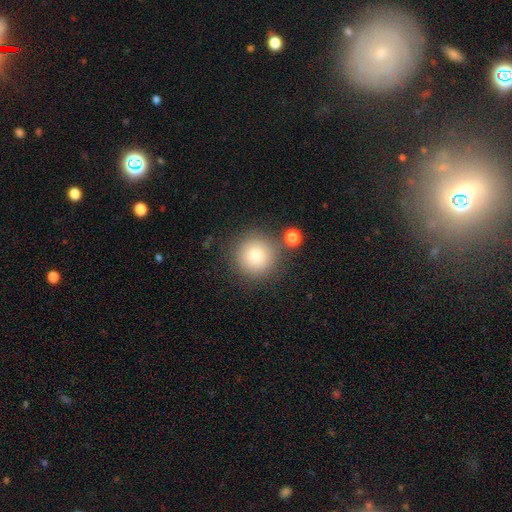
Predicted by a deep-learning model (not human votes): Q: Smooth or featured?
A: smooth (84%); runner-up: star or artifact (9%)
Q: How rounded?
A: round (95%); runner-up: in between (4%)
Q: Merging?
A: none (78%); runner-up: minor disturbance (10%)